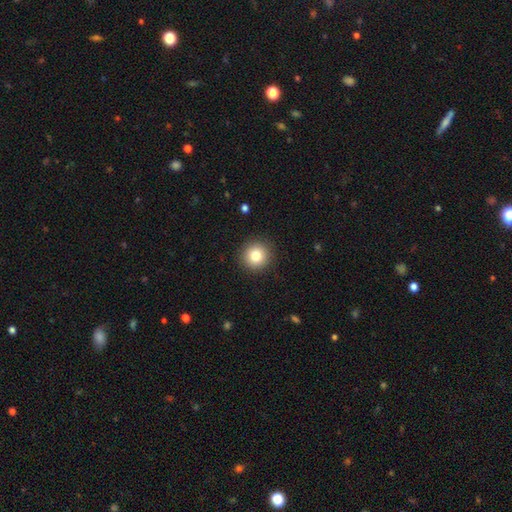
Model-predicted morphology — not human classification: smooth_or_featured: smooth (p=0.82) [alt: star or artifact p=0.10]
how_rounded: round (p=0.94) [alt: in between p=0.05]
merging: none (p=0.92) [alt: minor disturbance p=0.06]